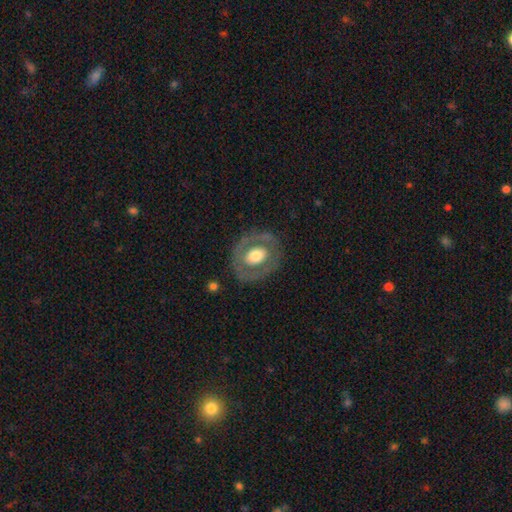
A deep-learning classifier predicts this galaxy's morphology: smooth_or_featured: featured or disk (p=0.54) [alt: smooth p=0.40]
disk_edge_on: no (p=0.94) [alt: yes p=0.06]
bar: no (p=0.72) [alt: weak p=0.19]
has_spiral_arms: no (p=0.81) [alt: yes p=0.19]
bulge_size: moderate (p=0.49) [alt: large p=0.41]
merging: none (p=0.77) [alt: minor disturbance p=0.13]